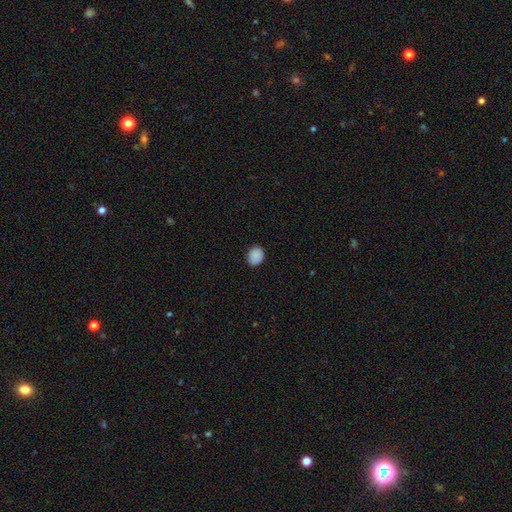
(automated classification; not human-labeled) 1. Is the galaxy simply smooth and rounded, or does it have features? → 88% smooth, 9% star or artifact, 3% featured or disk.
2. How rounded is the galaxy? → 55% round, 44% in between, 1% cigar-shaped.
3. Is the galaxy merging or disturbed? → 84% none, 12% minor disturbance, 2% major disturbance, 1% merger.